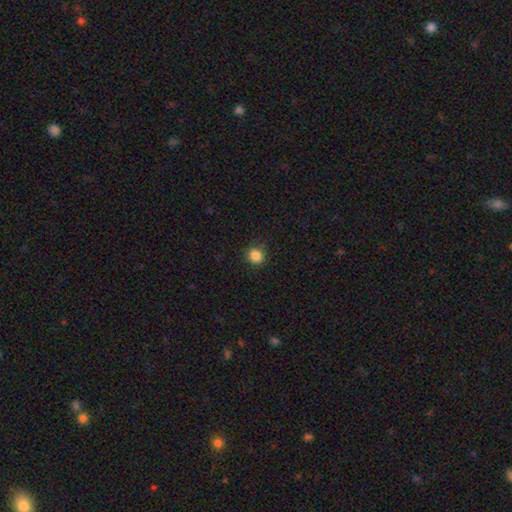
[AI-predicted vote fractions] smooth_or_featured: smooth (p=0.85) [alt: star or artifact p=0.11]
how_rounded: round (p=0.87) [alt: in between p=0.12]
merging: none (p=0.87) [alt: minor disturbance p=0.10]